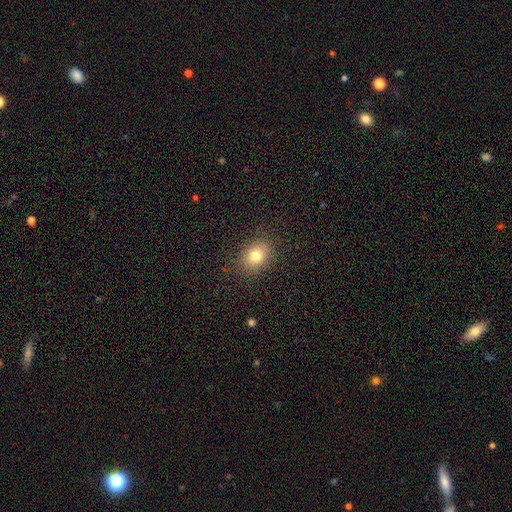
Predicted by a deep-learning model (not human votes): smooth 79%, star or artifact 12%, featured or disk 10%. Down the decision tree: how rounded — in between (54%); merging — none (84%).